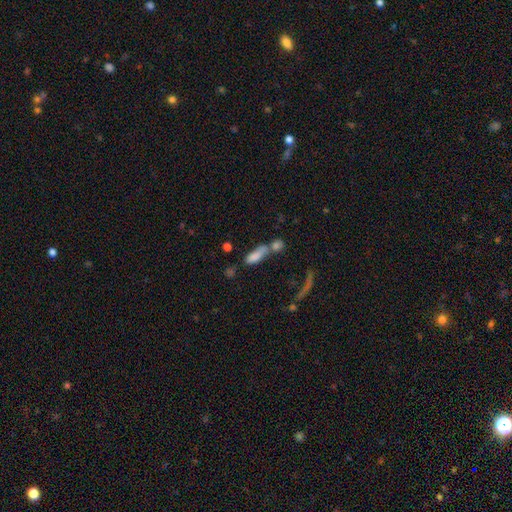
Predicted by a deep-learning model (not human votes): Smooth or featured? smooth (75%)
How rounded? in between (58%)
Merging? merger (49%)